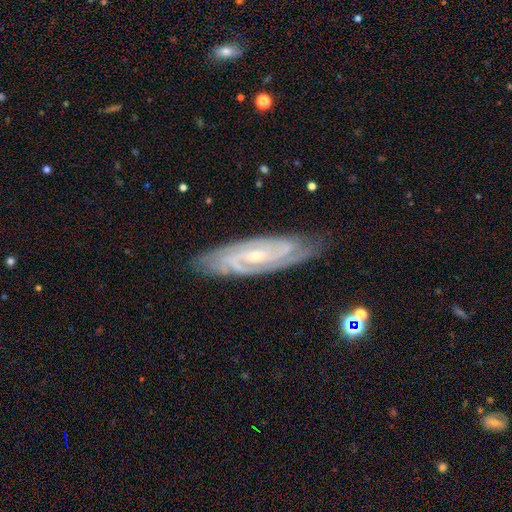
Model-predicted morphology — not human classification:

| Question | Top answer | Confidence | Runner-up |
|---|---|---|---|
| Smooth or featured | featured or disk | 87% | smooth (6%) |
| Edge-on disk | no | 88% | yes (12%) |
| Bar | no | 43% | weak (40%) |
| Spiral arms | yes | 98% | no (2%) |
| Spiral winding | tight | 67% | medium (28%) |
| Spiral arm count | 2 | 48% | can't tell (19%) |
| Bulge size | small | 67% | moderate (30%) |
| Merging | none | 80% | minor disturbance (15%) |